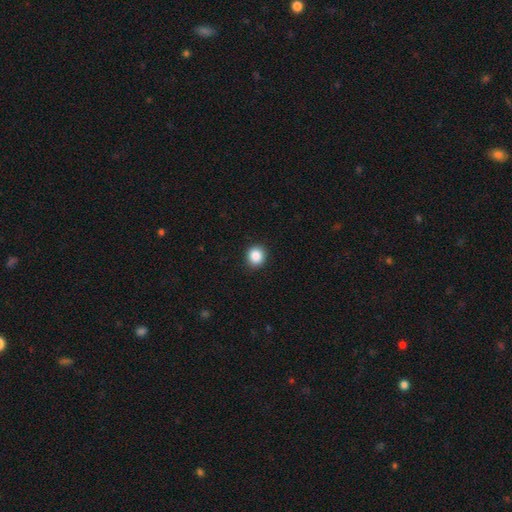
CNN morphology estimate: Q: Smooth or featured?
A: smooth (87%); runner-up: star or artifact (9%)
Q: How rounded?
A: round (85%); runner-up: in between (14%)
Q: Merging?
A: none (91%); runner-up: minor disturbance (6%)